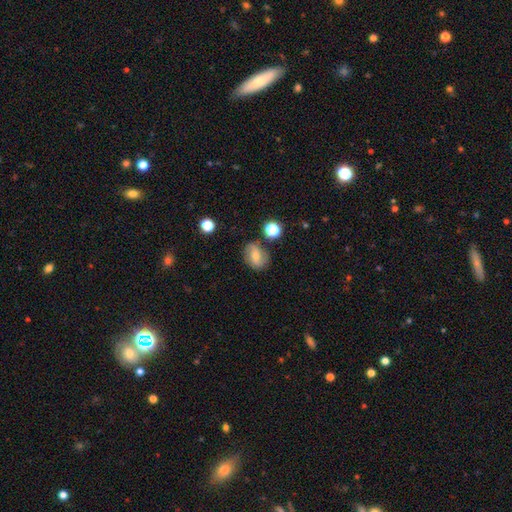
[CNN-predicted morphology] The model was most divided on "smooth or featured": smooth: 46%, featured or disk: 43%, star or artifact: 11%. More confident: merging — none (76%).